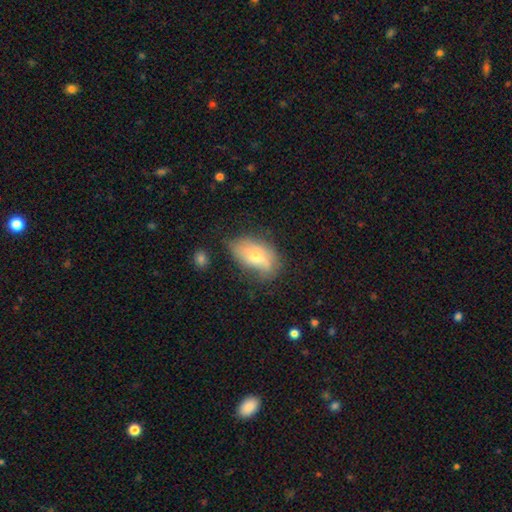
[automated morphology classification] Smooth or featured: smooth — 61% (featured or disk — 31%)
How rounded: in between — 90% (round — 7%)
Merging: none — 49% (minor disturbance — 34%)